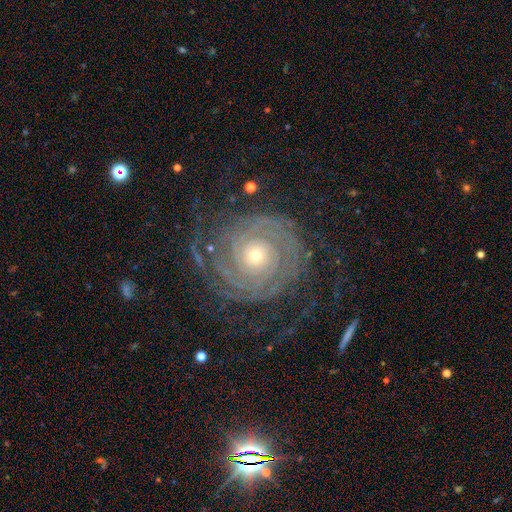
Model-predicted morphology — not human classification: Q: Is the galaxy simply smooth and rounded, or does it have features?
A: featured or disk — 89%.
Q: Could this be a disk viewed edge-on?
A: no — 97%.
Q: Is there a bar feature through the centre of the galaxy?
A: no — 82%.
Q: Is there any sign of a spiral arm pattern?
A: yes — 97%.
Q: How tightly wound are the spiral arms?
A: tight — 84%.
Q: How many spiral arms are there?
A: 2 — 30%.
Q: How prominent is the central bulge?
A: small — 60%.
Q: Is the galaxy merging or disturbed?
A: none — 75%.